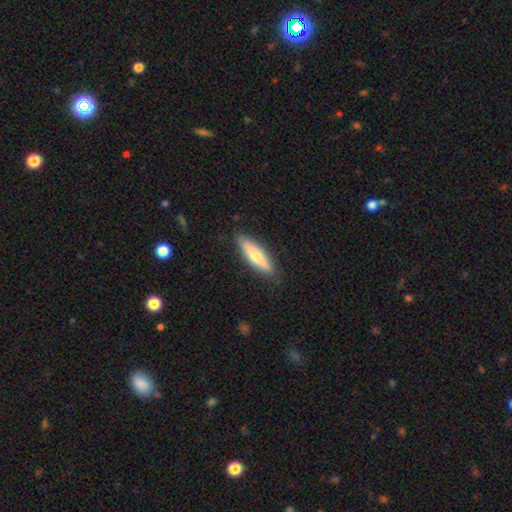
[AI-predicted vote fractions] Overall: smooth (62%; featured or disk 32%). How rounded: cigar-shaped (75%). Merging: none (87%).